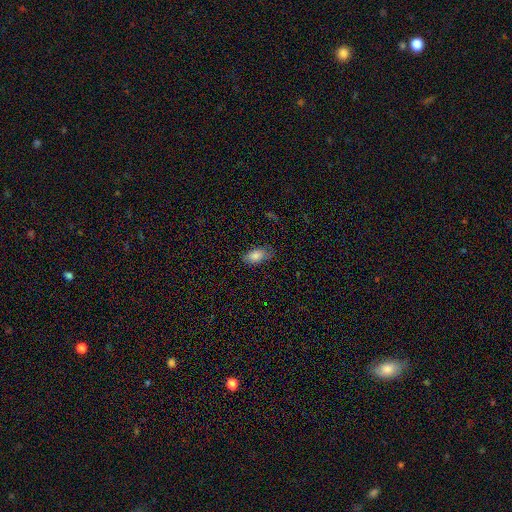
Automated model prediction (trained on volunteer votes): smooth_or_featured: smooth (p=0.84) [alt: star or artifact p=0.08]
how_rounded: in between (p=0.90) [alt: cigar-shaped p=0.06]
merging: none (p=0.77) [alt: minor disturbance p=0.18]